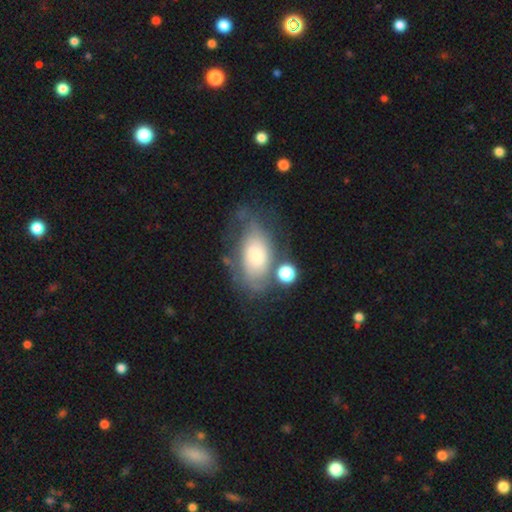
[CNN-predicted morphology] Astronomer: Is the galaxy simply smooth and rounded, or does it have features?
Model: featured or disk — 48% (runner-up: smooth, 43%).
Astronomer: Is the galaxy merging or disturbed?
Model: none — 43% (runner-up: minor disturbance, 26%).